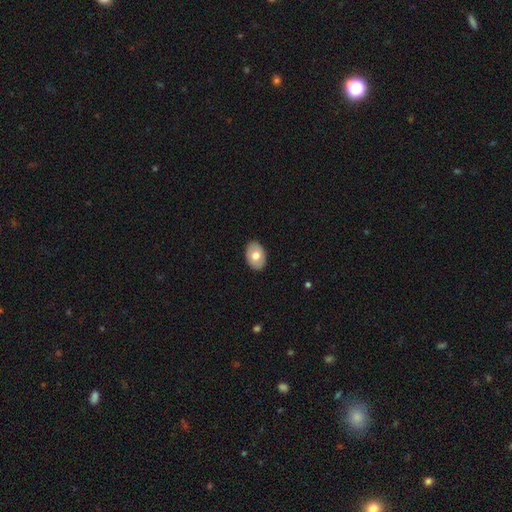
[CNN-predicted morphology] smooth_or_featured: smooth (p=0.73) [alt: featured or disk p=0.21]
how_rounded: in between (p=0.87) [alt: round p=0.12]
merging: none (p=0.89) [alt: minor disturbance p=0.08]